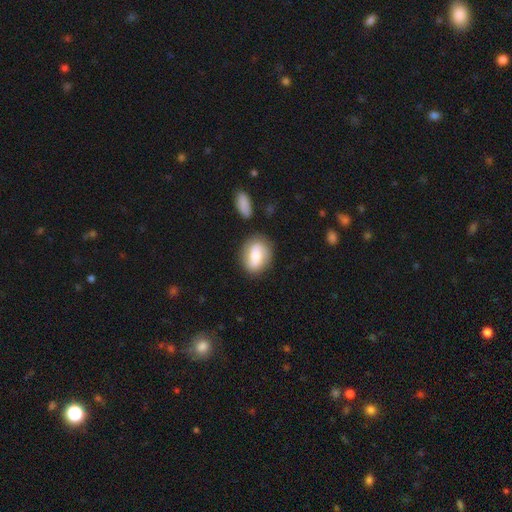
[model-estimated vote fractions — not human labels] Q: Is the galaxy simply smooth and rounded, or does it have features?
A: smooth — 65%.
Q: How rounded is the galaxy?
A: in between — 65%.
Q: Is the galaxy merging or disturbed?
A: none — 77%.